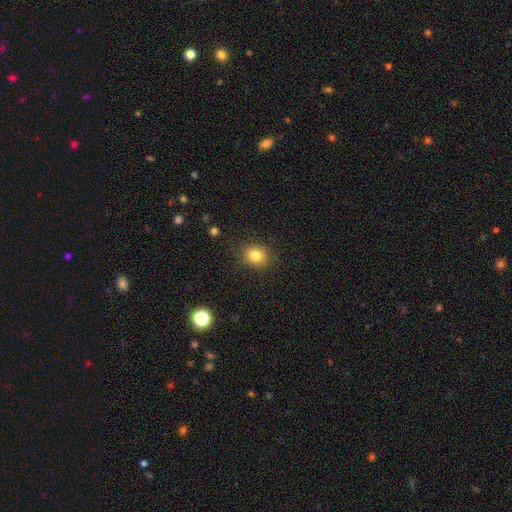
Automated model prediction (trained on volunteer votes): A smooth galaxy with no disk features (82%) that is round (67%).

Vote fractions:
- Smooth or featured? smooth: 82% / star or artifact: 11% / featured or disk: 7%
- How rounded? round: 67% / in between: 33% / cigar-shaped: 1%
- Merging? none: 87% / minor disturbance: 9% / major disturbance: 3% / merger: 1%